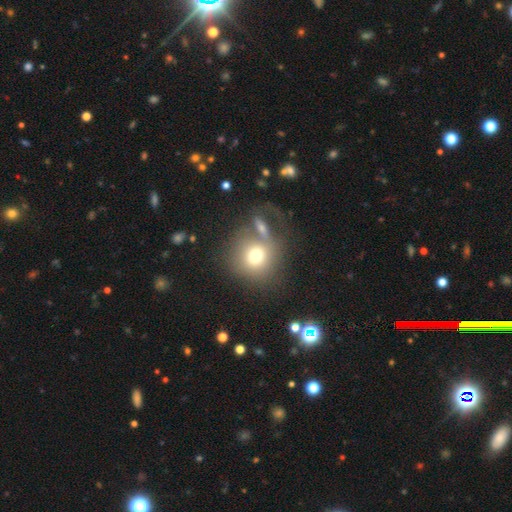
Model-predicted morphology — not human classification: Q: Smooth or featured?
A: smooth (71%); runner-up: featured or disk (18%)
Q: How rounded?
A: round (87%); runner-up: in between (12%)
Q: Merging?
A: none (51%); runner-up: merger (24%)